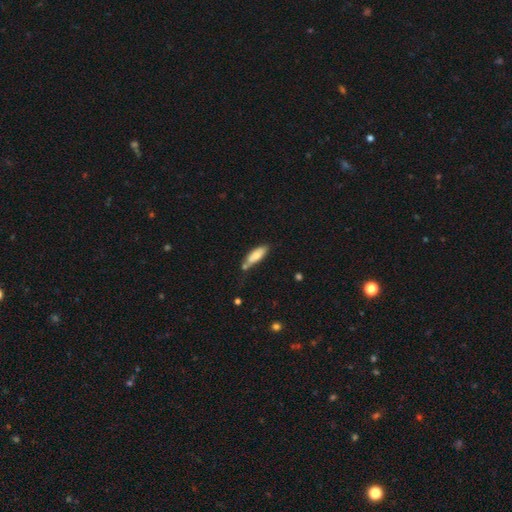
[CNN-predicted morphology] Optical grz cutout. It shows a smooth galaxy with no disk features (72%) that is in between round and cigar-shaped (54%). Merging: none (54%).